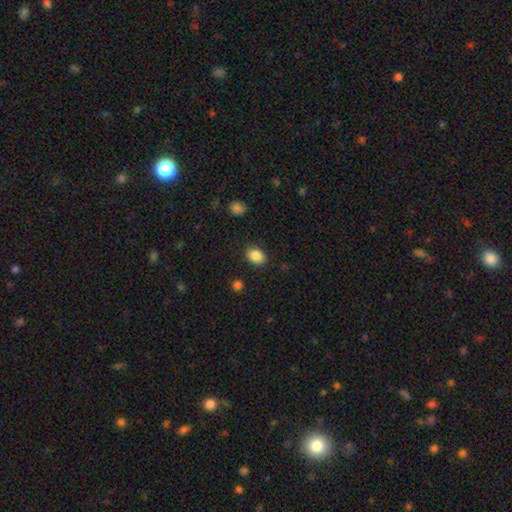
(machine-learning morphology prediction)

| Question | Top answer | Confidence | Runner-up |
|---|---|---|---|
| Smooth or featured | smooth | 88% | star or artifact (8%) |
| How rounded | in between | 75% | round (24%) |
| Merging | none | 85% | minor disturbance (10%) |